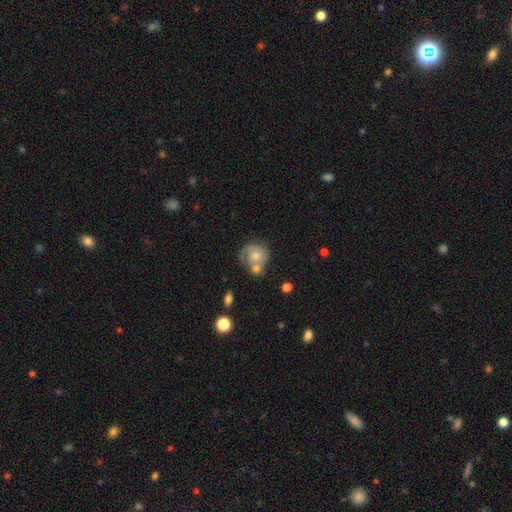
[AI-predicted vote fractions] smooth_or_featured: featured or disk (p=0.53) [alt: smooth p=0.40]
disk_edge_on: no (p=0.97) [alt: yes p=0.03]
bar: no (p=0.77) [alt: weak p=0.20]
has_spiral_arms: yes (p=0.77) [alt: no p=0.23]
bulge_size: moderate (p=0.59) [alt: small p=0.27]
merging: merger (p=0.38) [alt: none p=0.34]